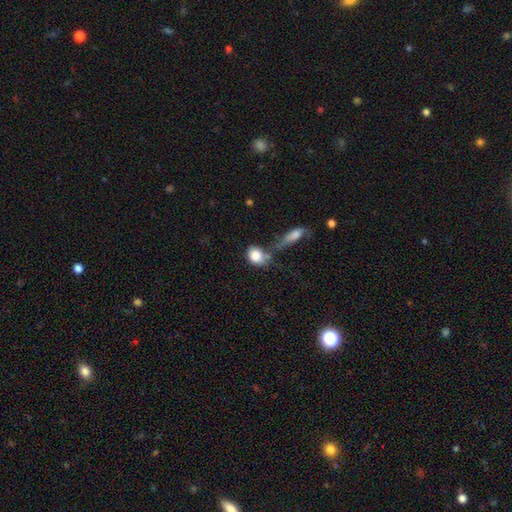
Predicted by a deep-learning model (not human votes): A smooth galaxy with no disk features (84%) that is round (49%).

Vote fractions:
- Smooth or featured? smooth: 84% / featured or disk: 9% / star or artifact: 8%
- How rounded? round: 49% / in between: 48% / cigar-shaped: 3%
- Merging? none: 37% / merger: 36% / minor disturbance: 16% / major disturbance: 11%